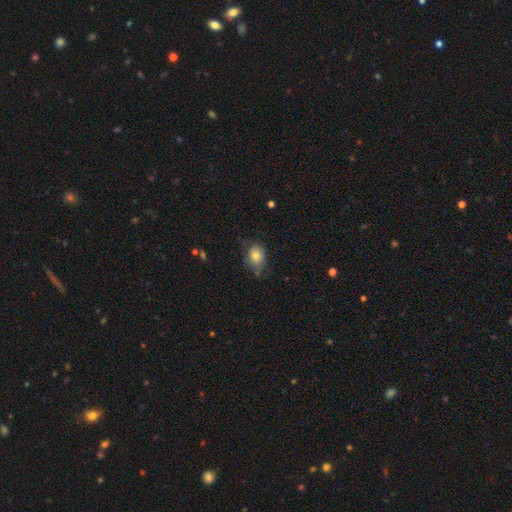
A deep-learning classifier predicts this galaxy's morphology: smooth_or_featured: smooth (p=0.79) [alt: featured or disk p=0.12]
how_rounded: in between (p=0.57) [alt: round p=0.42]
merging: none (p=0.59) [alt: minor disturbance p=0.30]